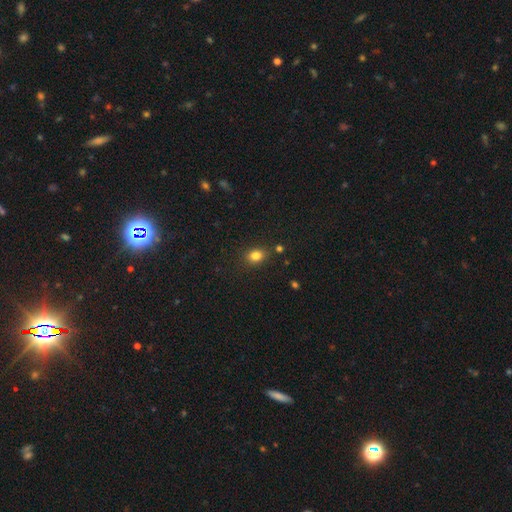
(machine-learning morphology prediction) smooth 81%, star or artifact 13%, featured or disk 6%. Down the decision tree: how rounded — in between (55%); merging — none (82%).